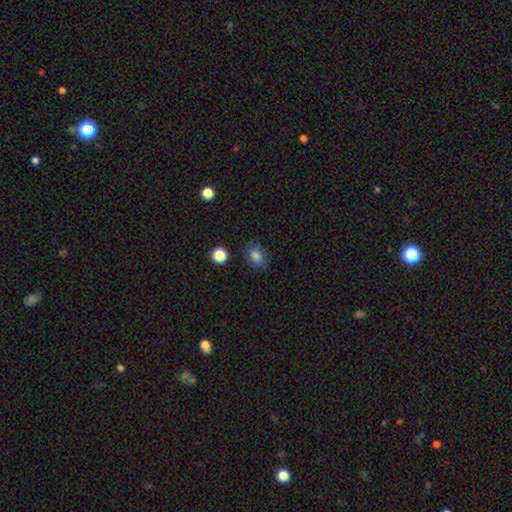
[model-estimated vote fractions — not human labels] Smooth or featured: smooth — 83% (star or artifact — 11%)
How rounded: in between — 62% (round — 37%)
Merging: none — 78% (minor disturbance — 16%)